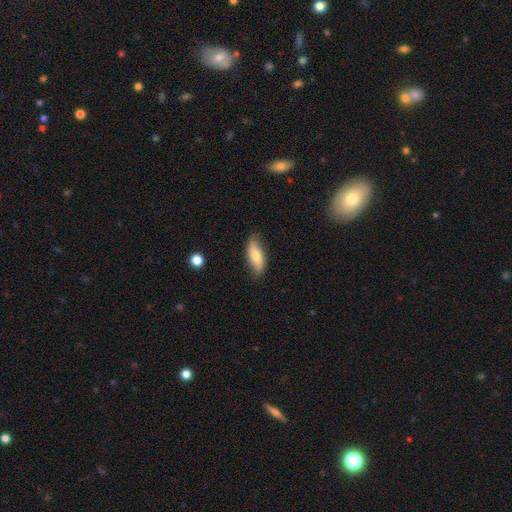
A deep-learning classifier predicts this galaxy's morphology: A smooth galaxy with no disk features (63%) that is in between round and cigar-shaped (69%).

Vote fractions:
- Smooth or featured? smooth: 63% / featured or disk: 30% / star or artifact: 7%
- How rounded? in between: 69% / cigar-shaped: 28% / round: 3%
- Merging? none: 76% / minor disturbance: 20% / major disturbance: 3% / merger: 1%